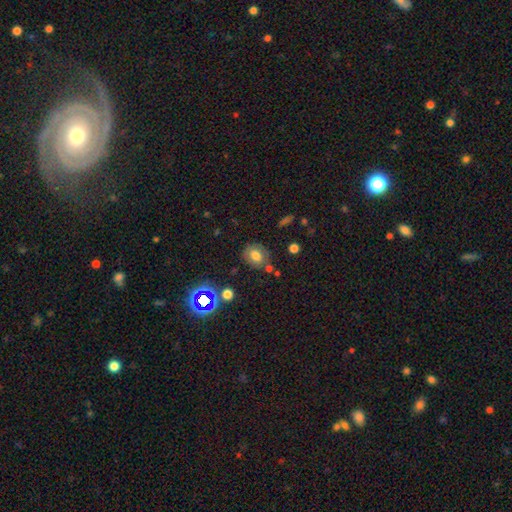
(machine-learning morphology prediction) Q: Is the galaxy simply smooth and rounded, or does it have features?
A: smooth — 71%.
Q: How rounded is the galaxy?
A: round — 50%.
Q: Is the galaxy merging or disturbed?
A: none — 73%.